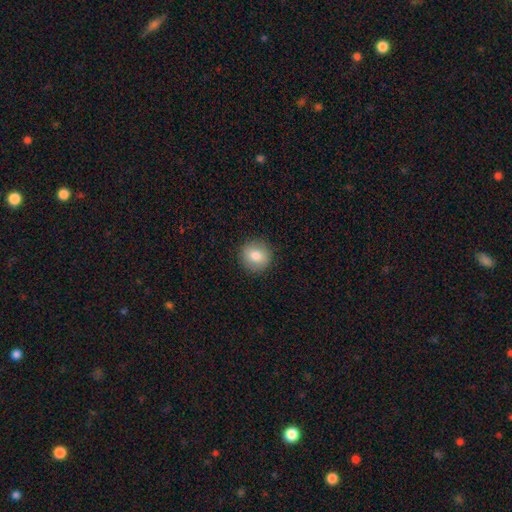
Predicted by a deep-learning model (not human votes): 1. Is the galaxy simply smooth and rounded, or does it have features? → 82% smooth, 9% featured or disk, 9% star or artifact.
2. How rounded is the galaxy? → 92% round, 7% in between, 1% cigar-shaped.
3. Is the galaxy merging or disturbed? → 90% none, 7% minor disturbance, 2% major disturbance, 1% merger.